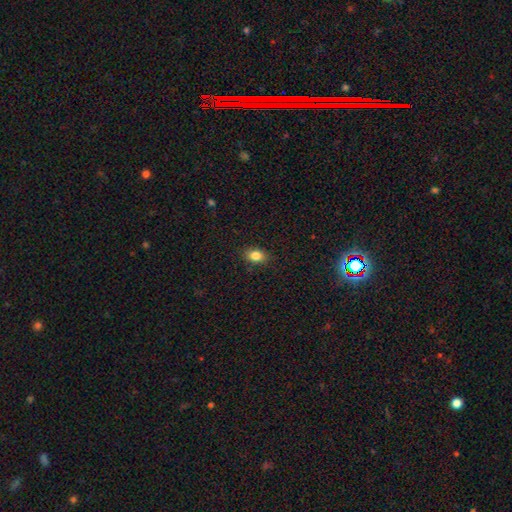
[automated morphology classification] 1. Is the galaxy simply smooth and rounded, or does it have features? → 84% smooth, 10% star or artifact, 6% featured or disk.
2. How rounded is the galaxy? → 78% in between, 20% round, 2% cigar-shaped.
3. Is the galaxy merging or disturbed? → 87% none, 9% minor disturbance, 2% major disturbance, 1% merger.